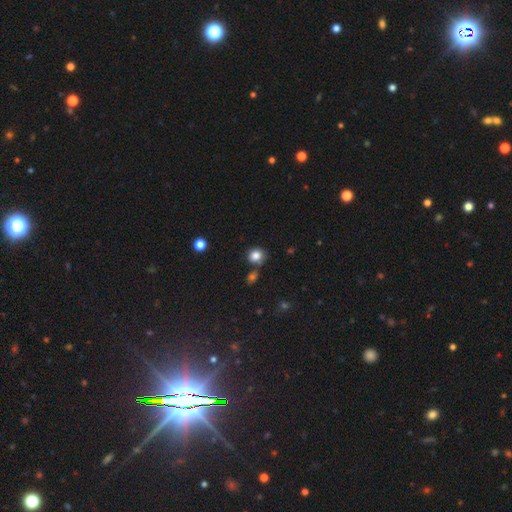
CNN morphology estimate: smooth 83%, star or artifact 11%, featured or disk 6%. Down the decision tree: how rounded — round (77%); merging — none (69%).